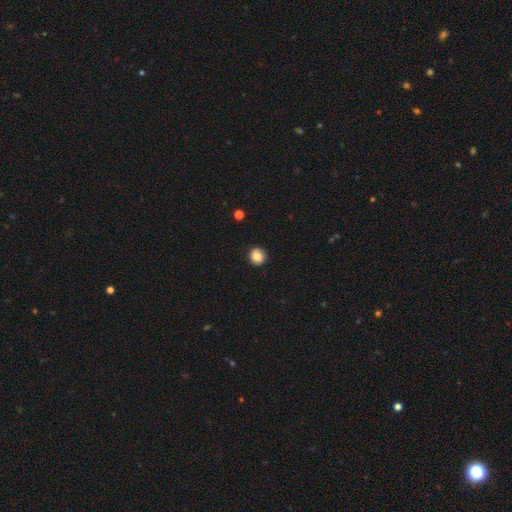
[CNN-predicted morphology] A smooth galaxy with no disk features (85%) that is round (88%).

Vote fractions:
- Smooth or featured? smooth: 85% / star or artifact: 9% / featured or disk: 6%
- How rounded? round: 88% / in between: 11% / cigar-shaped: 1%
- Merging? none: 87% / minor disturbance: 10% / major disturbance: 2% / merger: 1%